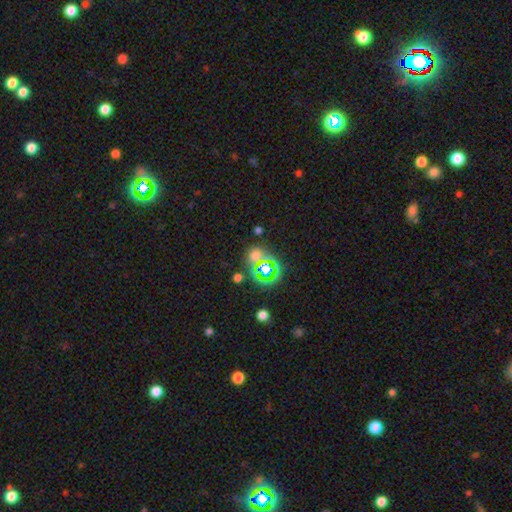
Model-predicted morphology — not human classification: smooth 46%, star or artifact 44%, featured or disk 10%. Down the decision tree: merging — none (64%).